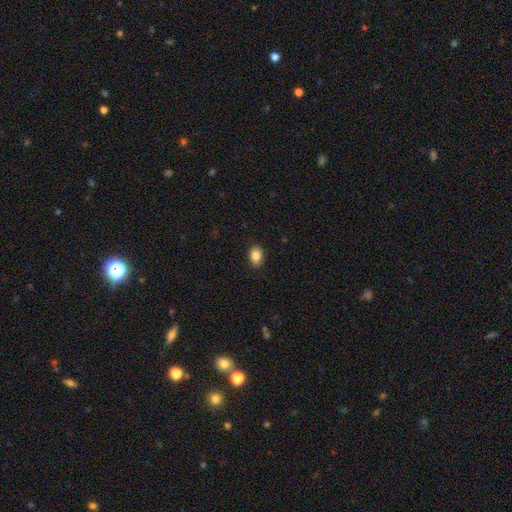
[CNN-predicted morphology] This appears to be a smooth galaxy with no disk features (86%) that is in between round and cigar-shaped (77%). Merging: none (89%).